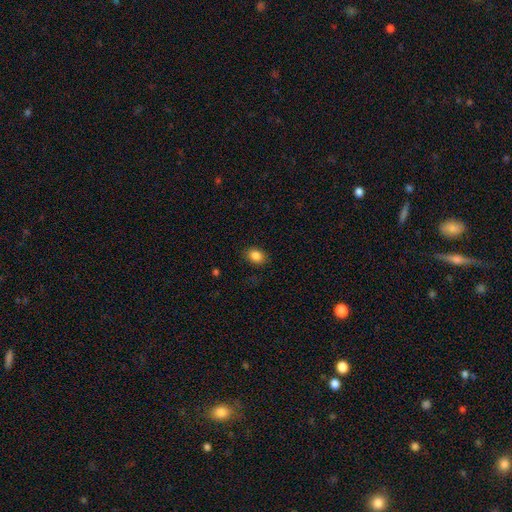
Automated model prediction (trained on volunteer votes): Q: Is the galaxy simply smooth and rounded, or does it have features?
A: smooth — 85%.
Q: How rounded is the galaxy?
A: in between — 68%.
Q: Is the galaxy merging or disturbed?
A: none — 86%.